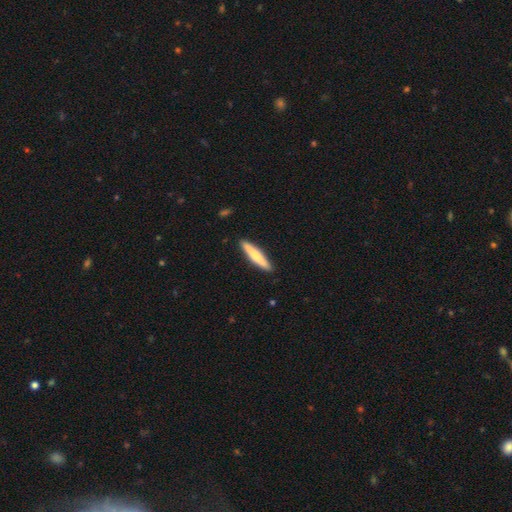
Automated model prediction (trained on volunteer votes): Smooth or featured?
  - smooth: 61% *
  - featured or disk: 34%
  - star or artifact: 5%
How rounded?
  - cigar-shaped: 91% *
  - in between: 8%
  - round: 1%
Merging?
  - none: 91% *
  - minor disturbance: 7%
  - major disturbance: 1%
  - merger: 1%